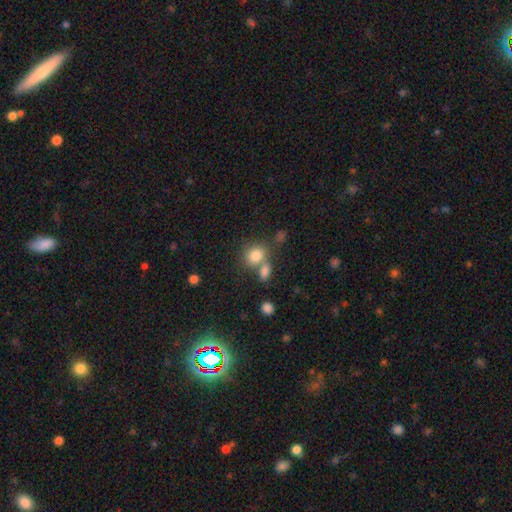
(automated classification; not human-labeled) Smooth or featured? Predicted: smooth (p=0.81). How rounded? Predicted: round (p=0.59). Merging? Predicted: none (p=0.48).